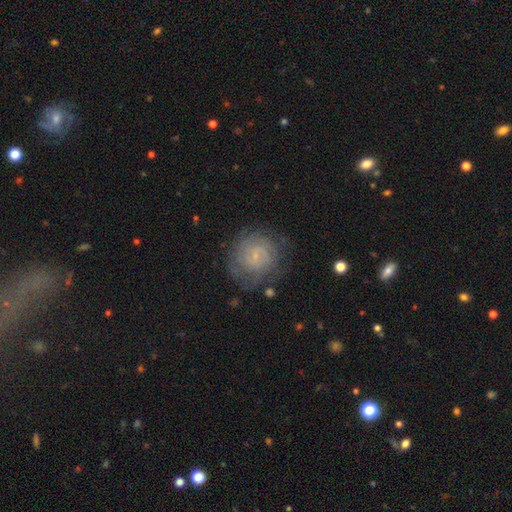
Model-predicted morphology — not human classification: featured or disk 58%, smooth 33%, star or artifact 10%. Down the decision tree: edge-on disk — no (98%); bar — no (60%); spiral arms — yes (79%); bulge size — small (78%); merging — none (69%).